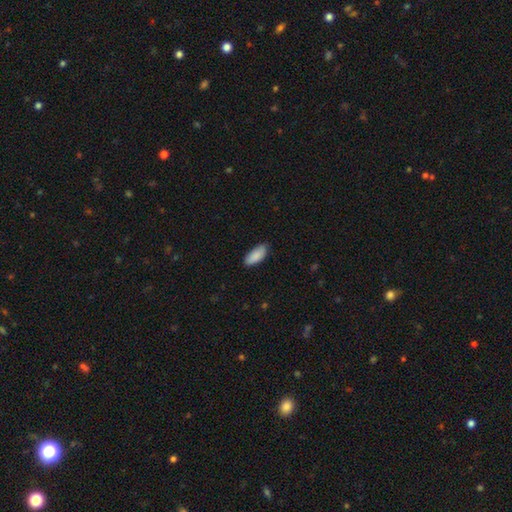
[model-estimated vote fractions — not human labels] Overall: smooth (89%). How rounded: in between (87%). Merging: none (80%).